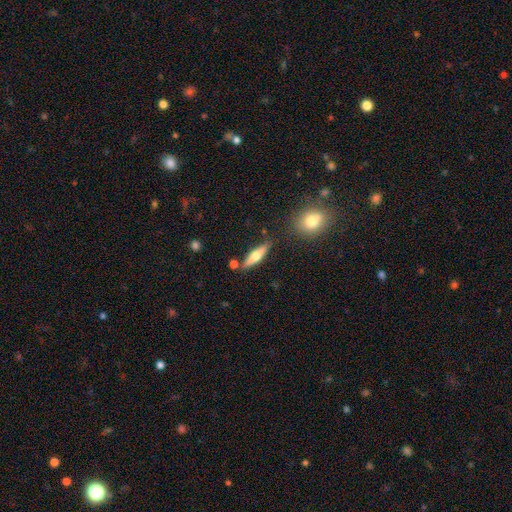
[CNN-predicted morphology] type=smooth (49%); merging=none (80%).